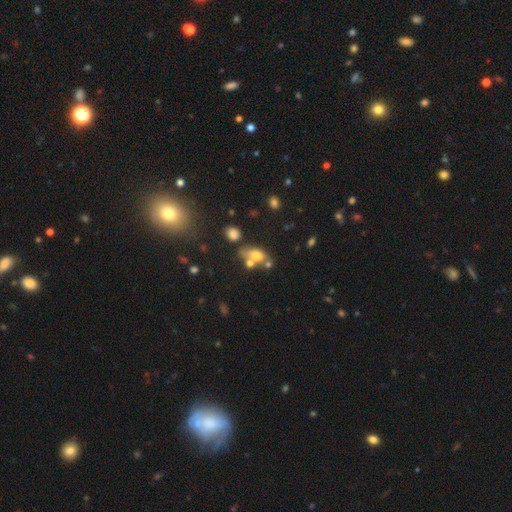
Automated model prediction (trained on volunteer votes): A smooth galaxy with no disk features (66%) that is in between round and cigar-shaped (74%).

Vote fractions:
- Smooth or featured? smooth: 66% / featured or disk: 20% / star or artifact: 14%
- How rounded? in between: 74% / round: 20% / cigar-shaped: 6%
- Merging? merger: 39% / none: 36% / minor disturbance: 15% / major disturbance: 10%